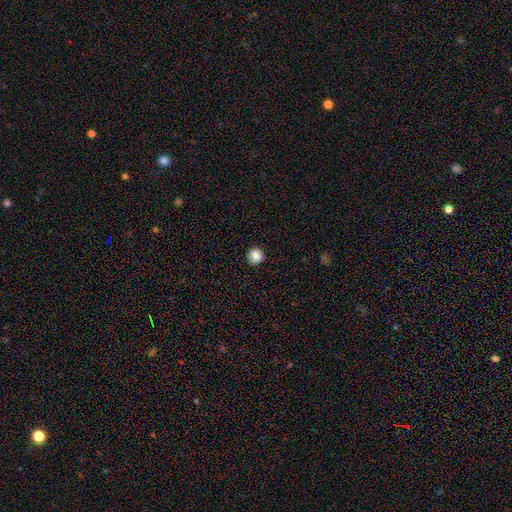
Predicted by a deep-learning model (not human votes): smooth-or-featured: smooth: 87% | star or artifact: 9% | featured or disk: 4%
  how-rounded: round: 94% | in between: 5% | cigar-shaped: 1%
  merging: none: 92% | minor disturbance: 5% | major disturbance: 2% | merger: 1%